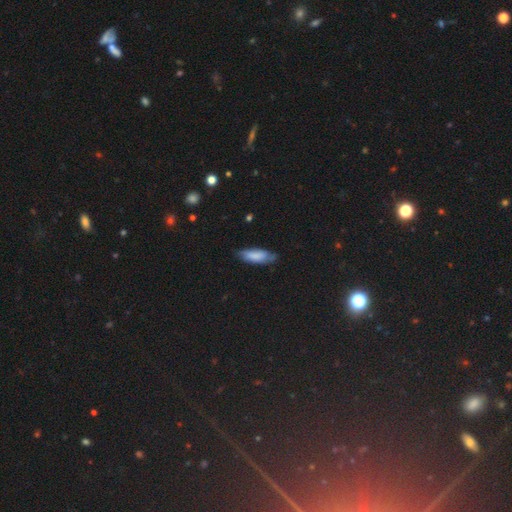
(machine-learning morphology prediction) A smooth galaxy with no disk features (78%) that is in between round and cigar-shaped (62%). Merging: none (69%).